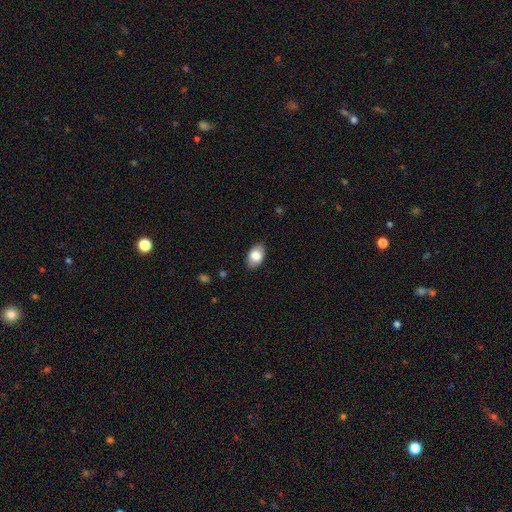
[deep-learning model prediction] Smooth or featured? Predicted: smooth (p=0.80). How rounded? Predicted: in between (p=0.90). Merging? Predicted: none (p=0.86).